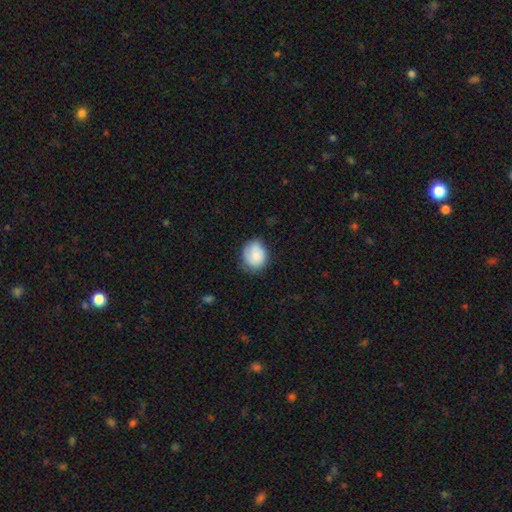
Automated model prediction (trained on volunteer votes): smooth 81%, featured or disk 12%, star or artifact 7%. Down the decision tree: how rounded — round (62%); merging — none (68%).